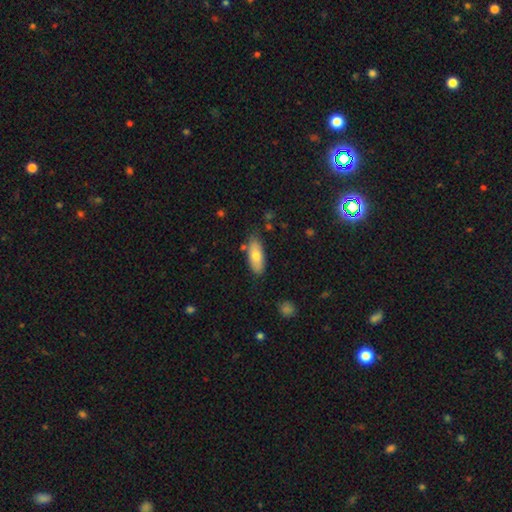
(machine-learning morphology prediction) Smooth or featured: smooth — 72% (featured or disk — 22%)
How rounded: in between — 79% (cigar-shaped — 19%)
Merging: none — 79% (minor disturbance — 15%)